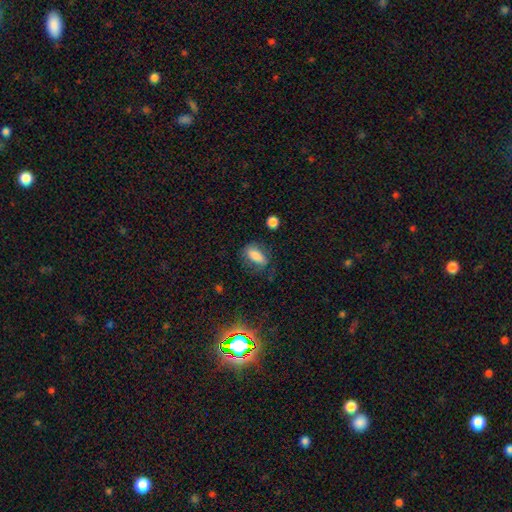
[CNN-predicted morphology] A smooth galaxy with no disk features (79%) that is in between round and cigar-shaped (81%). Merging: none (66%).